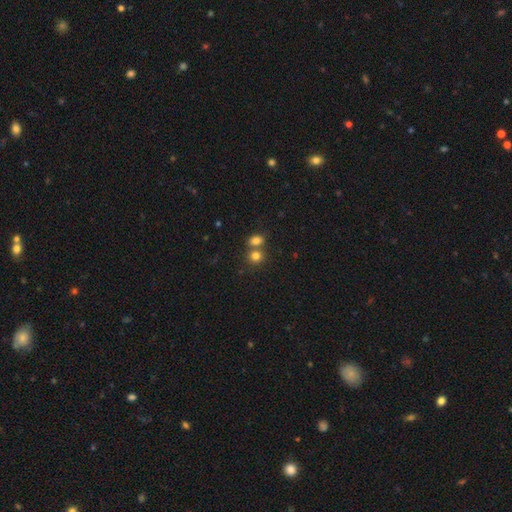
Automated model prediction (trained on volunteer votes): smooth_or_featured: smooth (p=0.80) [alt: star or artifact p=0.12]
how_rounded: round (p=0.74) [alt: in between p=0.25]
merging: none (p=0.47) [alt: merger p=0.43]